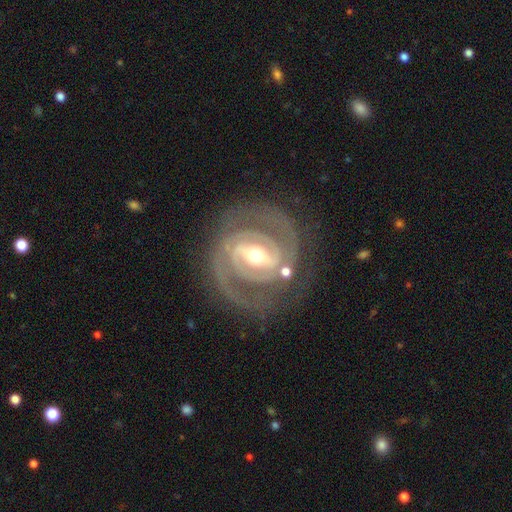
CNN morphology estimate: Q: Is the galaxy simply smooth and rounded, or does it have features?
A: featured or disk — 92%.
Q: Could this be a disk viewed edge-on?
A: no — 97%.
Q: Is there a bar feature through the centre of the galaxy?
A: strong — 57%.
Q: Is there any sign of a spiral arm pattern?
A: yes — 98%.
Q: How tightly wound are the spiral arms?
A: tight — 69%.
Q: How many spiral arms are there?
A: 2 — 75%.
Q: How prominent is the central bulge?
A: moderate — 57%.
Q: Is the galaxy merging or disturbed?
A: none — 78%.